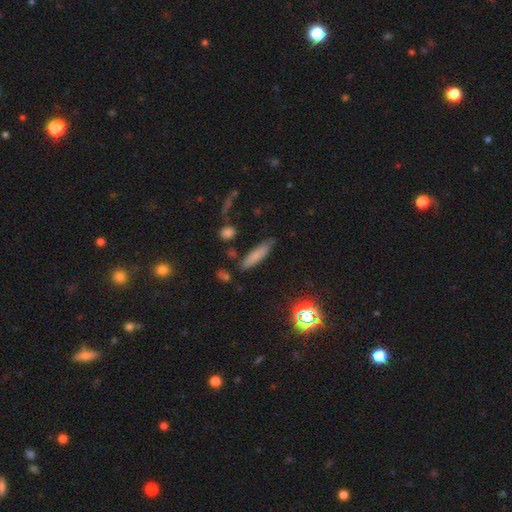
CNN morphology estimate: smooth 73%, featured or disk 14%, star or artifact 12%. Down the decision tree: how rounded — cigar-shaped (72%); merging — none (78%).